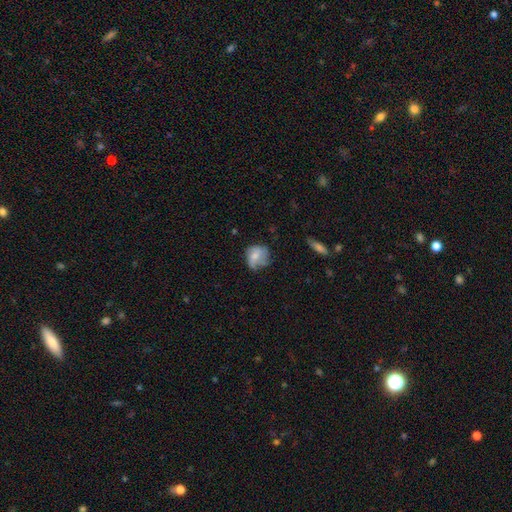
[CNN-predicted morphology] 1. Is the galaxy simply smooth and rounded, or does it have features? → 50% smooth, 41% featured or disk, 9% star or artifact.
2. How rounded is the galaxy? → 67% round, 32% in between, 1% cigar-shaped.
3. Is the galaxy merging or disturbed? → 52% none, 29% minor disturbance, 17% major disturbance, 2% merger.